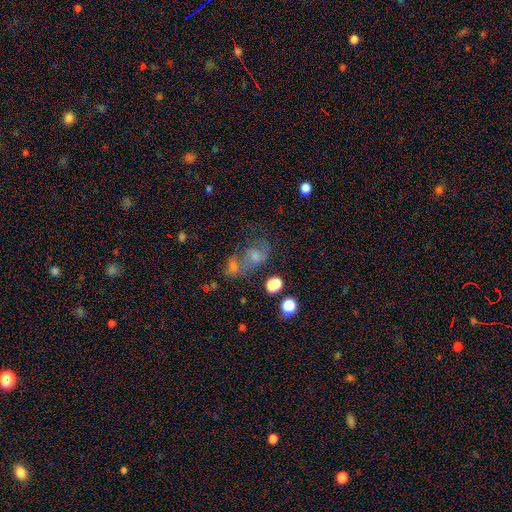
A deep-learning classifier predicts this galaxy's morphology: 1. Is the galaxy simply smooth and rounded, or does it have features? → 43% smooth, 37% featured or disk, 21% star or artifact.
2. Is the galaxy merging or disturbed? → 39% merger, 29% none, 17% major disturbance, 14% minor disturbance.